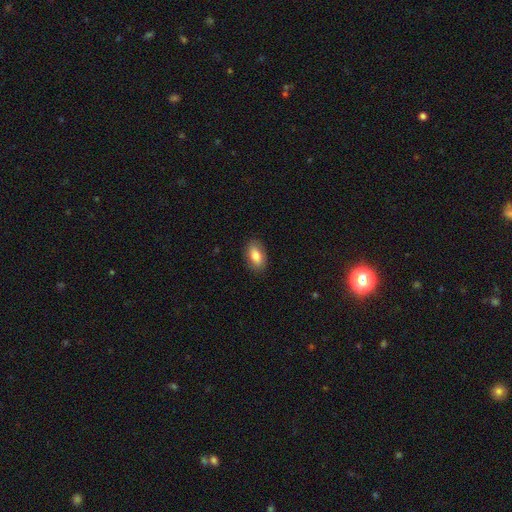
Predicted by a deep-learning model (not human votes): smooth_or_featured: smooth (p=0.82) [alt: featured or disk p=0.12]
how_rounded: in between (p=0.91) [alt: round p=0.05]
merging: none (p=0.86) [alt: minor disturbance p=0.10]